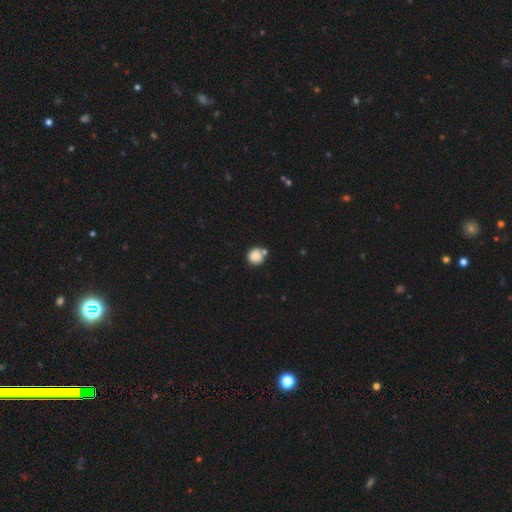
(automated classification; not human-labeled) smooth 85%, star or artifact 9%, featured or disk 6%. Down the decision tree: how rounded — round (92%); merging — none (63%).